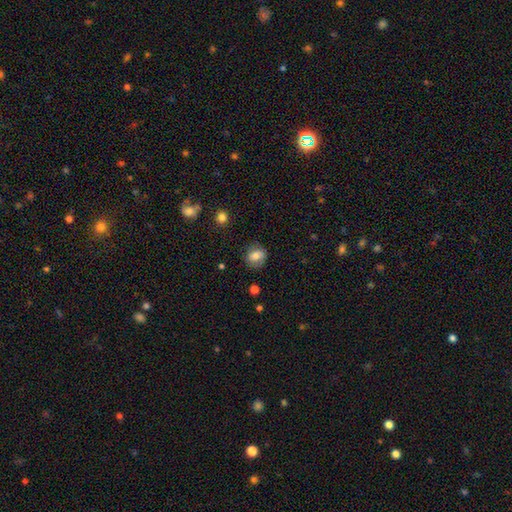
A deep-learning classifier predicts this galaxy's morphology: type=smooth (71%); roundness=round (64%); merging=none (79%).